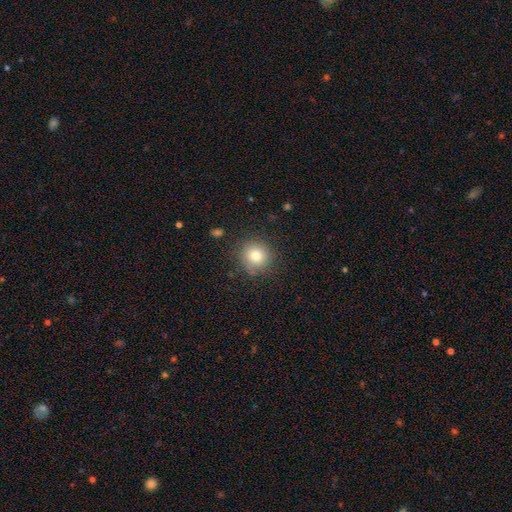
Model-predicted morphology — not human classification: The model was most divided on "smooth or featured": smooth: 79%, star or artifact: 12%, featured or disk: 9%. More confident: how rounded — round (91%); merging — none (84%).